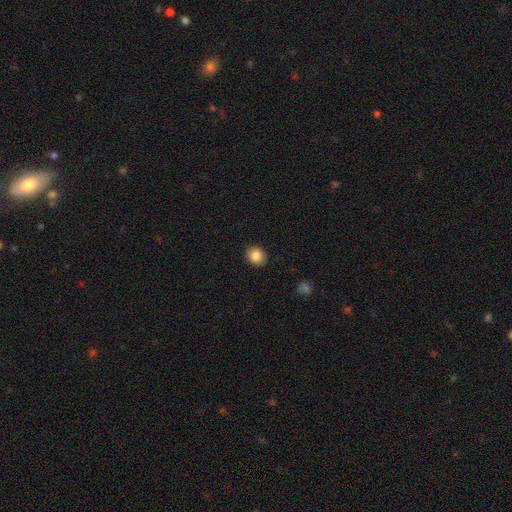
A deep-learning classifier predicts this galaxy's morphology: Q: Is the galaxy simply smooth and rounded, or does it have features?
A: smooth — 85%.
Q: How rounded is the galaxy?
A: round — 68%.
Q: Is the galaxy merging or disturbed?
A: none — 91%.